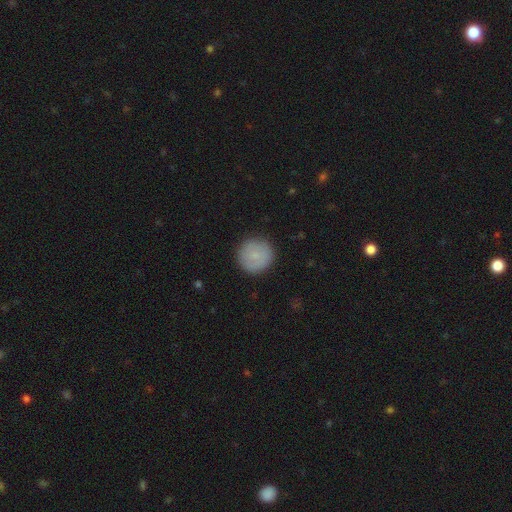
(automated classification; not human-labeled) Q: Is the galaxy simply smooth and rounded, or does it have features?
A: smooth — 82%.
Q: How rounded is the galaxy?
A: round — 95%.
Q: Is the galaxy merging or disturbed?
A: none — 90%.